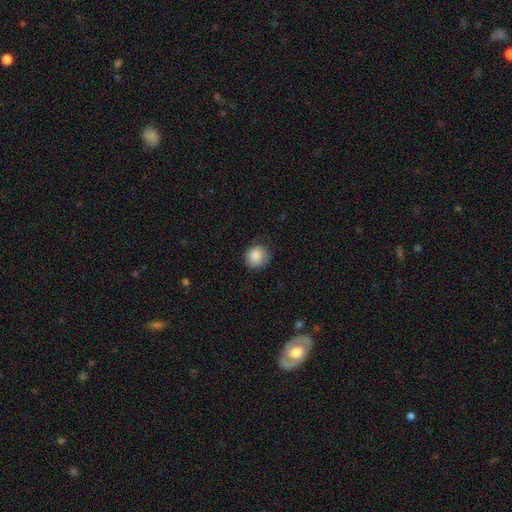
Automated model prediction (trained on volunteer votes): smooth_or_featured: smooth (p=0.88) [alt: star or artifact p=0.08]
how_rounded: round (p=0.84) [alt: in between p=0.16]
merging: none (p=0.75) [alt: minor disturbance p=0.19]